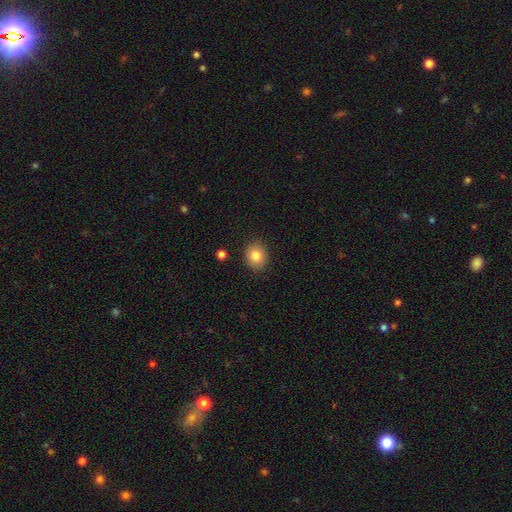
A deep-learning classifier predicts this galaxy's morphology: A smooth galaxy with no disk features (83%) that is round (67%).

Vote fractions:
- Smooth or featured? smooth: 83% / star or artifact: 9% / featured or disk: 7%
- How rounded? round: 67% / in between: 32% / cigar-shaped: 1%
- Merging? none: 88% / minor disturbance: 8% / major disturbance: 2% / merger: 2%